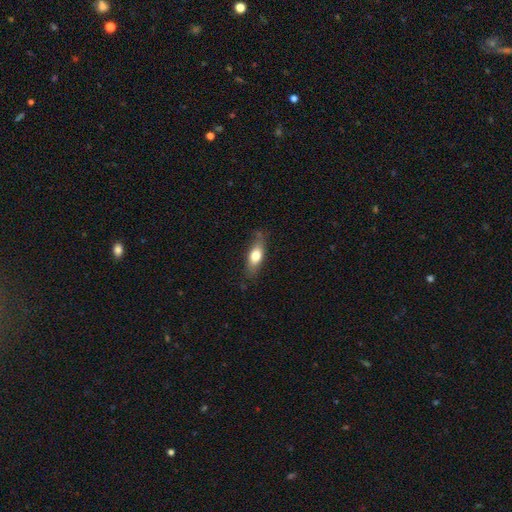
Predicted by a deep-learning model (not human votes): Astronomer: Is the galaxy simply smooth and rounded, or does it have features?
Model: smooth — 68%.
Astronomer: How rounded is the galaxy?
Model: in between — 66%.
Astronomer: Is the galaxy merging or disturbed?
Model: none — 72%.